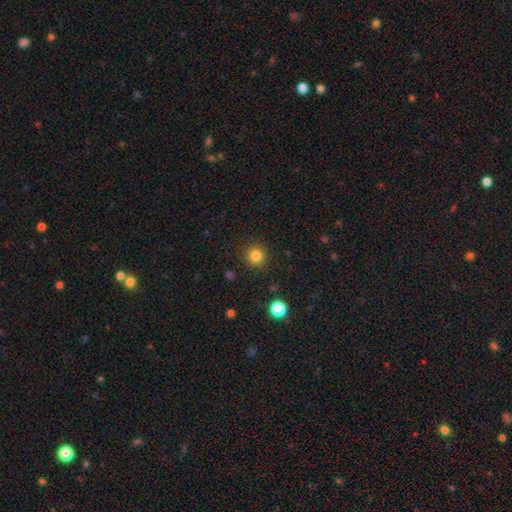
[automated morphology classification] A smooth galaxy with no disk features (83%) that is round (94%). Merging: none (90%).